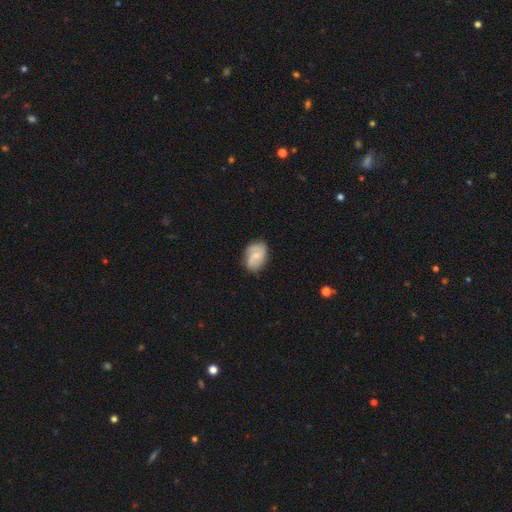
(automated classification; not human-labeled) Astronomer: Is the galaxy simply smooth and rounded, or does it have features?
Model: smooth — 47% (runner-up: featured or disk, 46%).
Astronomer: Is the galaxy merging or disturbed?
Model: none — 68%.